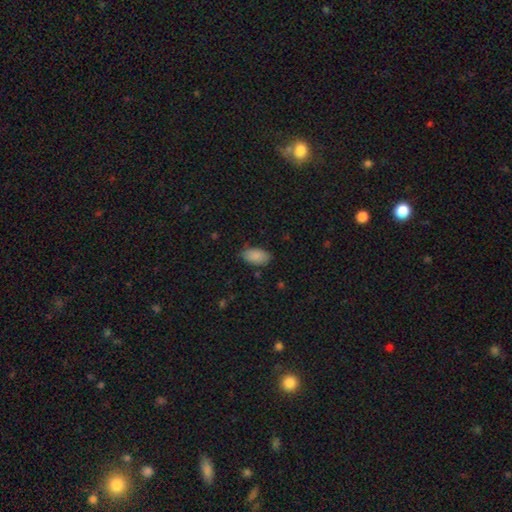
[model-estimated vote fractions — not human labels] smooth 88%, star or artifact 7%, featured or disk 5%. Down the decision tree: how rounded — in between (94%); merging — none (77%).